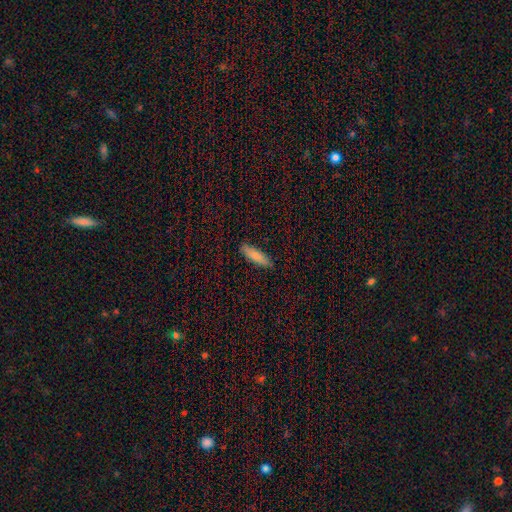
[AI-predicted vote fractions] This is clearly a smooth galaxy (82%). How rounded: likely cigar-shaped (65%). Merging: clearly none (87%).